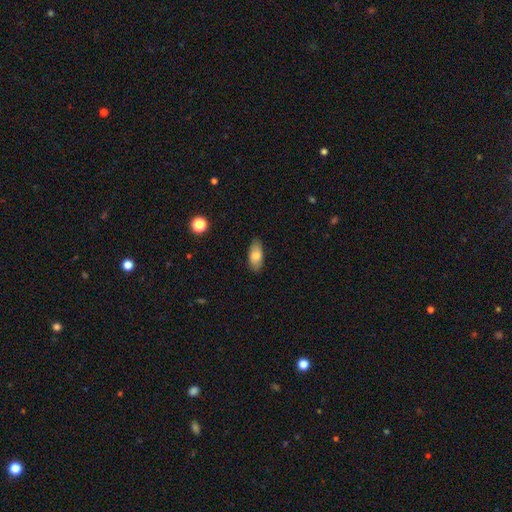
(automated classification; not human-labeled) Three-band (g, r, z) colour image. It shows a smooth galaxy with no disk features (80%) that is in between round and cigar-shaped (89%). Merging: none (85%).